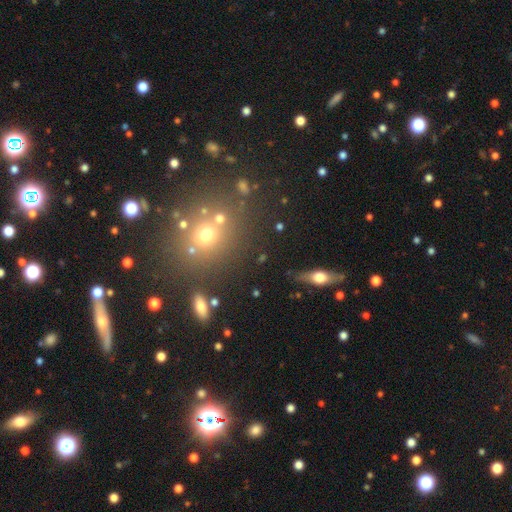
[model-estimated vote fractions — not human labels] Smooth or featured? star or artifact (45%)